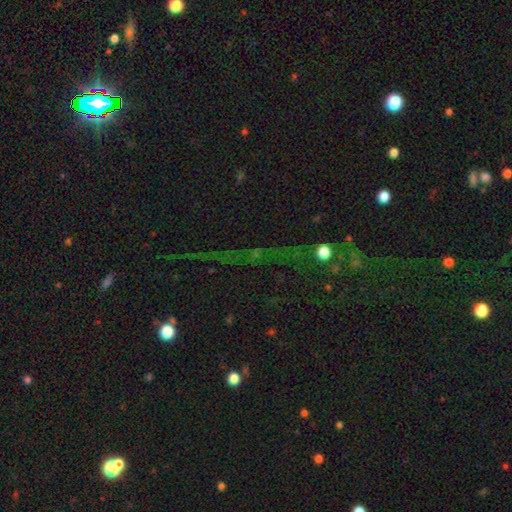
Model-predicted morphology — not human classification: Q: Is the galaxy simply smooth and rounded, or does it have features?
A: star or artifact — 73%.